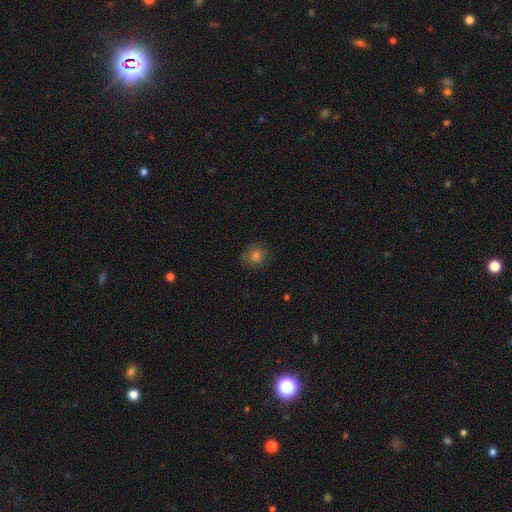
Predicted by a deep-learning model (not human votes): The model was most divided on "smooth or featured": smooth: 76%, star or artifact: 16%, featured or disk: 8%. More confident: how rounded — round (87%); merging — none (82%).